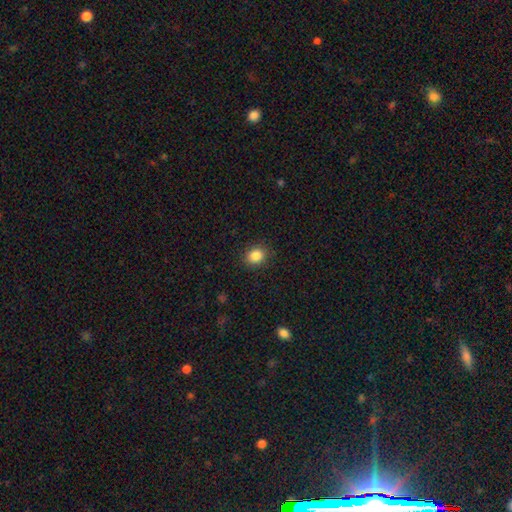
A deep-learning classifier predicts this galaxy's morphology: This is clearly a smooth galaxy (86%). How rounded: likely round (70%). Merging: clearly none (89%).